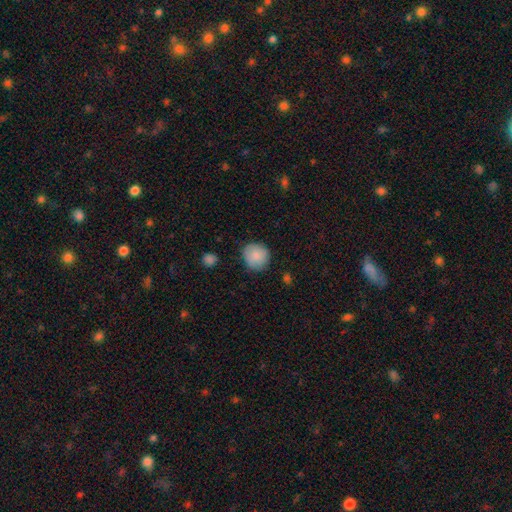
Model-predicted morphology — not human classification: A smooth galaxy with no disk features (86%) that is round (90%). Merging: none (80%).